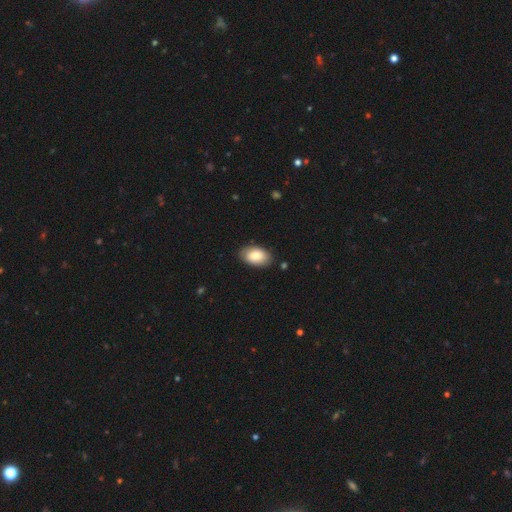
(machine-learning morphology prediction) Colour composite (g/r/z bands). It shows a smooth galaxy with no disk features (84%) that is in between round and cigar-shaped (93%). Merging: none (85%).